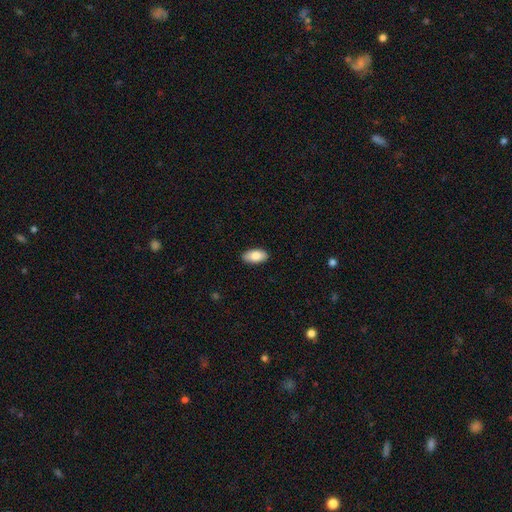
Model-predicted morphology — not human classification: This is clearly a smooth galaxy (84%). How rounded: clearly in between (93%). Merging: clearly none (89%).